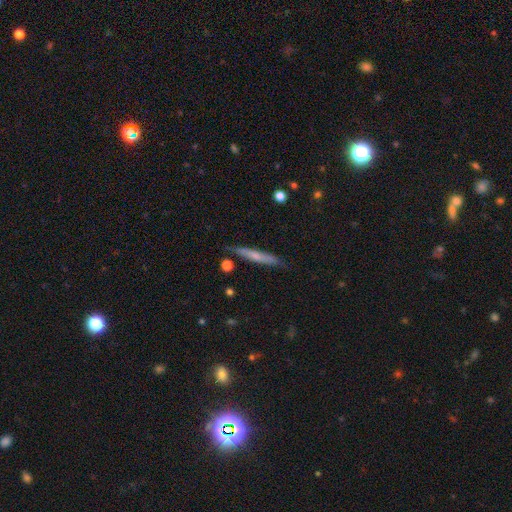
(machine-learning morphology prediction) Overall: smooth (53%; featured or disk 41%). How rounded: cigar-shaped (93%). Merging: none (83%).